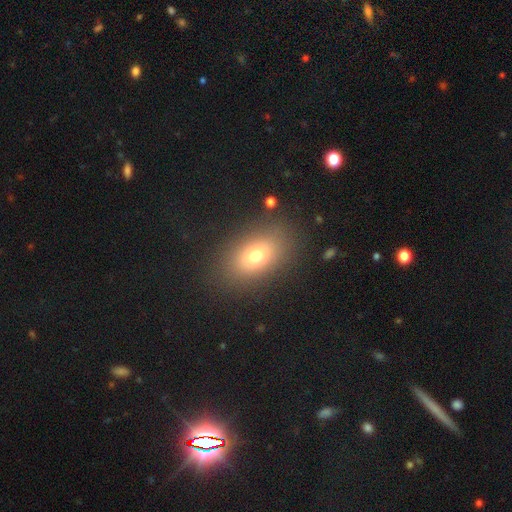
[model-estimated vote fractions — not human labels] smooth 73%, featured or disk 15%, star or artifact 13%. Down the decision tree: how rounded — in between (80%); merging — none (84%).